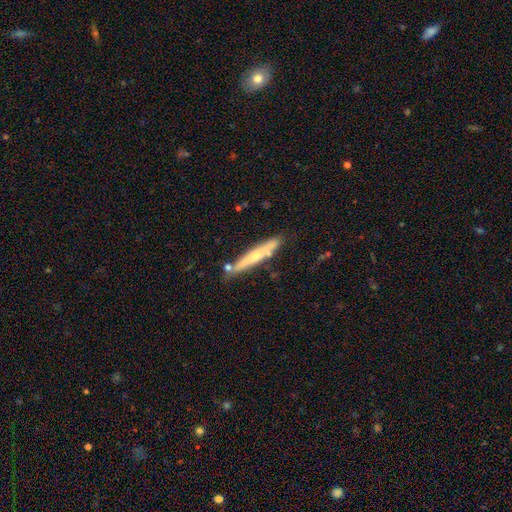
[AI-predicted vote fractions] Q: Smooth or featured?
A: featured or disk (52%); runner-up: smooth (41%)
Q: Edge-on disk?
A: yes (88%); runner-up: no (12%)
Q: Merging?
A: none (77%); runner-up: minor disturbance (14%)